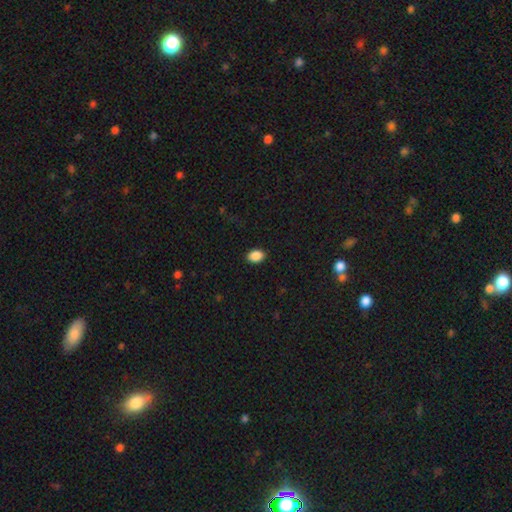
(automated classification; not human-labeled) A smooth galaxy with no disk features (90%) that is in between round and cigar-shaped (79%). Merging: none (89%).